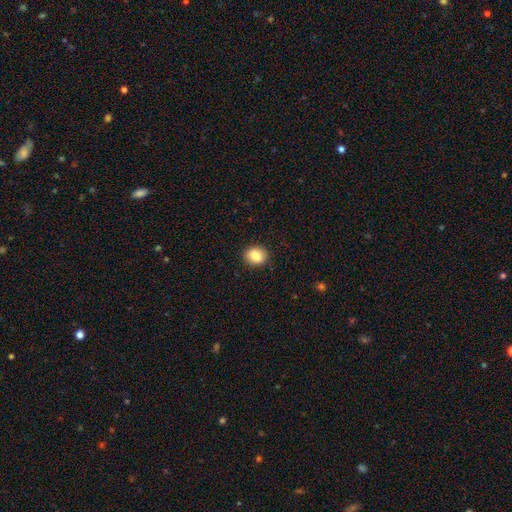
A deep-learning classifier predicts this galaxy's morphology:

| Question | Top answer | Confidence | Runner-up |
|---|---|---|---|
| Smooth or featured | smooth | 85% | star or artifact (9%) |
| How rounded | round | 62% | in between (37%) |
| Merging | none | 90% | minor disturbance (7%) |